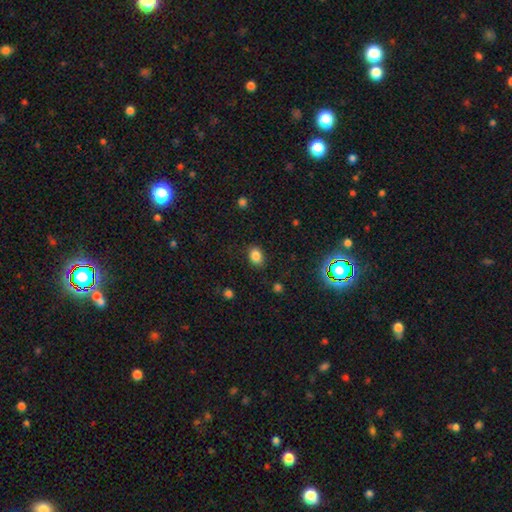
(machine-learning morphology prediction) The model was most divided on "how rounded": in between: 71%, round: 28%, cigar-shaped: 1%. More confident: smooth or featured — smooth (83%); merging — none (82%).